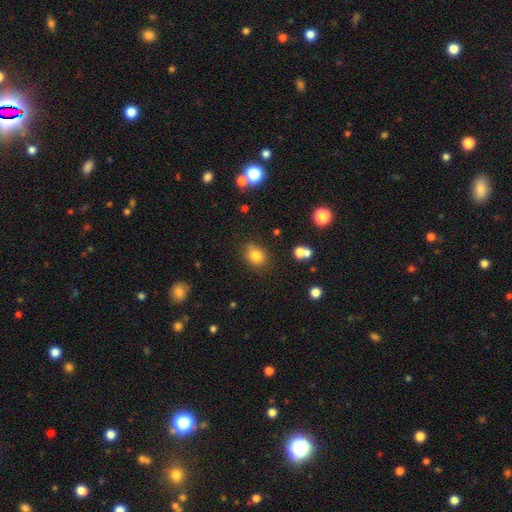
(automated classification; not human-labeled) Smooth or featured: smooth — 81% (star or artifact — 12%)
How rounded: round — 59% (in between — 40%)
Merging: none — 76% (minor disturbance — 16%)